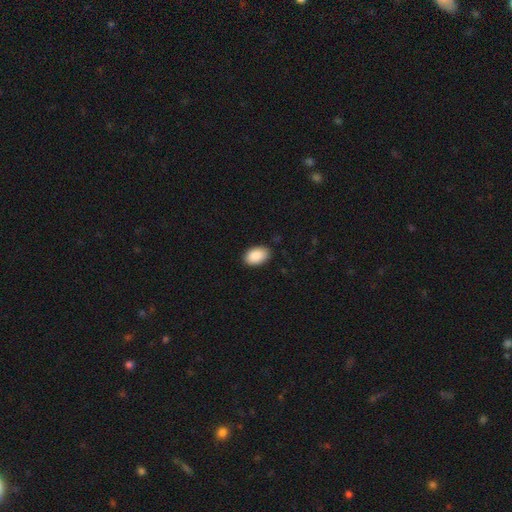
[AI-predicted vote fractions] Smooth or featured: smooth — 91% (star or artifact — 6%)
How rounded: in between — 91% (round — 8%)
Merging: none — 85% (minor disturbance — 12%)